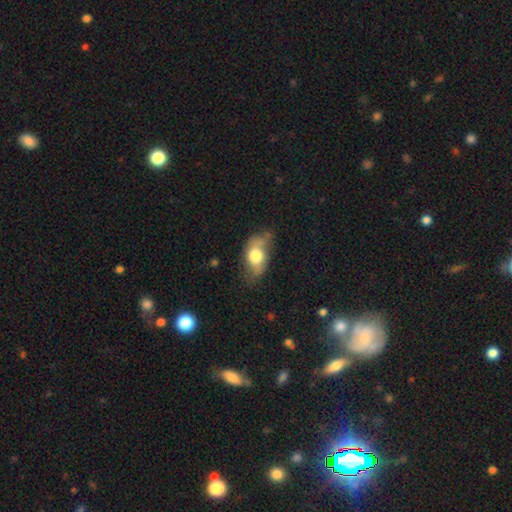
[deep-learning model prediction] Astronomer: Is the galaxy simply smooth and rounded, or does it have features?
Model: smooth — 63%.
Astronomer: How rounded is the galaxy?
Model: in between — 85%.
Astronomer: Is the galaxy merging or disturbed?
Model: none — 51% (runner-up: minor disturbance, 33%).